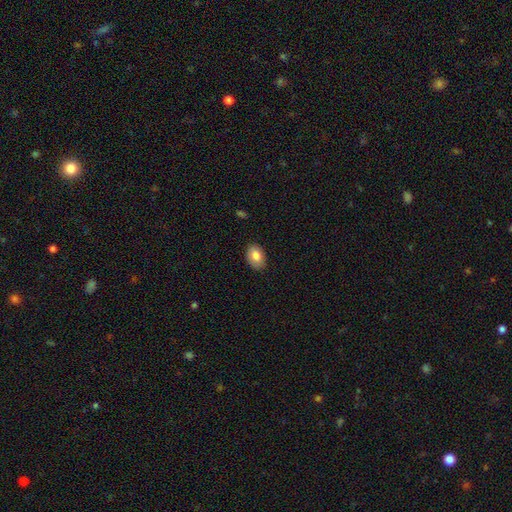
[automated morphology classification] A smooth galaxy with no disk features (83%) that is in between round and cigar-shaped (82%).

Vote fractions:
- Smooth or featured? smooth: 83% / featured or disk: 10% / star or artifact: 7%
- How rounded? in between: 82% / round: 17% / cigar-shaped: 1%
- Merging? none: 87% / minor disturbance: 10% / major disturbance: 2% / merger: 1%